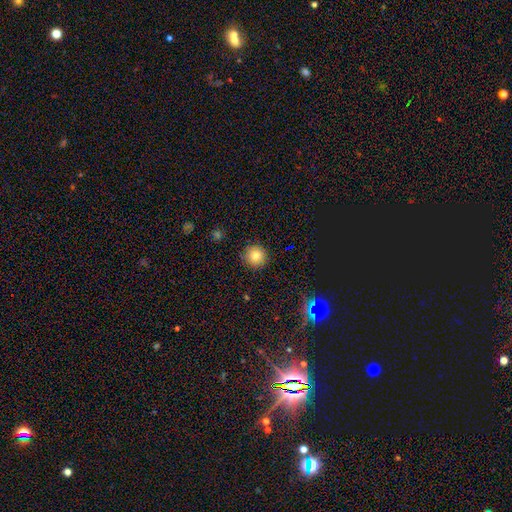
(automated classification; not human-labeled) Smooth or featured? Predicted: smooth (p=0.79). How rounded? Predicted: round (p=0.94). Merging? Predicted: none (p=0.88).